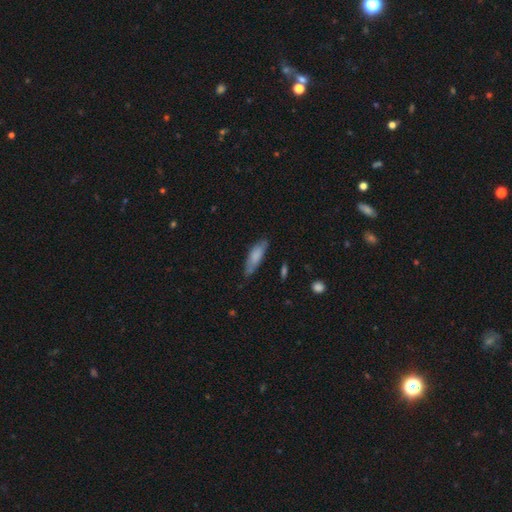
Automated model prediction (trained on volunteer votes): A smooth galaxy with no disk features (77%) that is in between round and cigar-shaped (50%). Merging: none (67%).